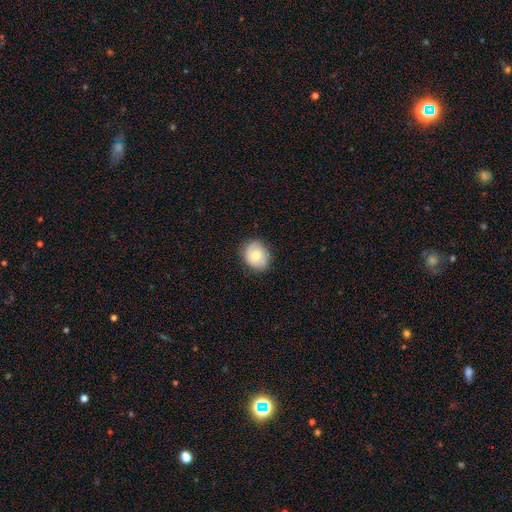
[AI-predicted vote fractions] smooth 66%, featured or disk 26%, star or artifact 8%. Down the decision tree: how rounded — round (62%); merging — none (81%).